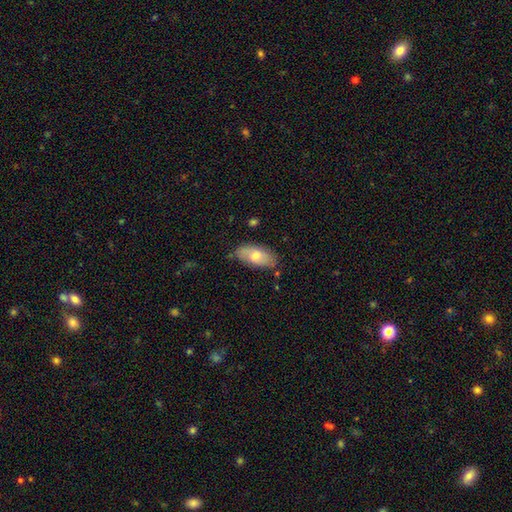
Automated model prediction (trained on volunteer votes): Smooth or featured?
  - smooth: 69% *
  - featured or disk: 24%
  - star or artifact: 7%
How rounded?
  - in between: 90% *
  - cigar-shaped: 7%
  - round: 3%
Merging?
  - none: 75% *
  - minor disturbance: 19%
  - major disturbance: 3%
  - merger: 2%